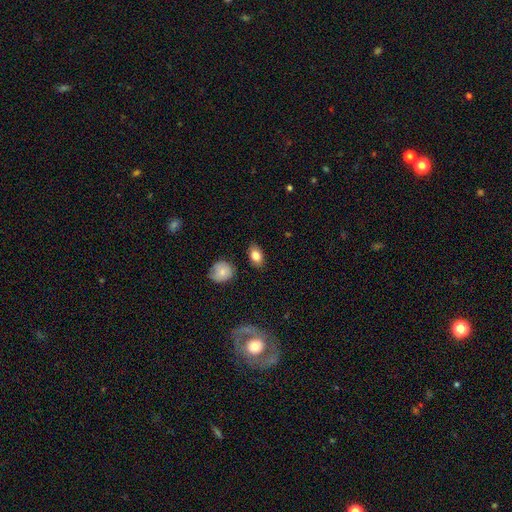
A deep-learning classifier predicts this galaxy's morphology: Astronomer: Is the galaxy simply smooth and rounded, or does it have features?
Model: smooth — 82%.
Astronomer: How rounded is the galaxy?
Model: in between — 87%.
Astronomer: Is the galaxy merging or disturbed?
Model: none — 85%.